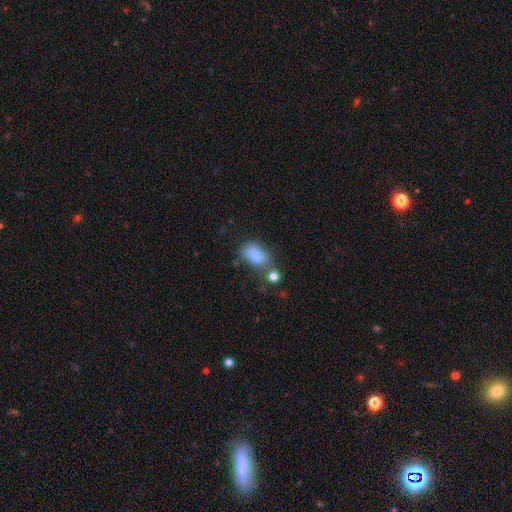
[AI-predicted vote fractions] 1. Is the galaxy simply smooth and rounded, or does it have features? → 79% smooth, 12% featured or disk, 10% star or artifact.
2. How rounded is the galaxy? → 81% in between, 17% round, 2% cigar-shaped.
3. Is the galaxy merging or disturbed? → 45% none, 23% minor disturbance, 21% merger, 11% major disturbance.